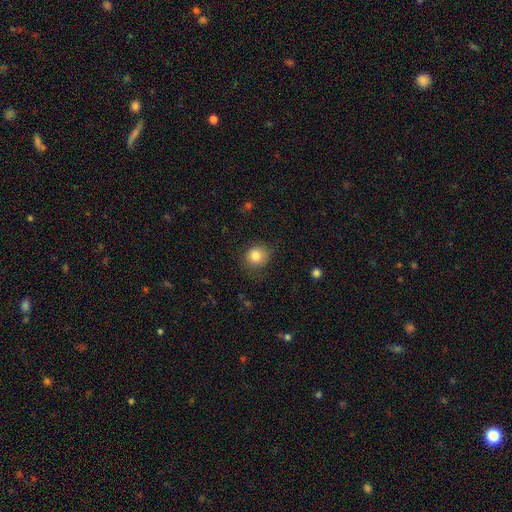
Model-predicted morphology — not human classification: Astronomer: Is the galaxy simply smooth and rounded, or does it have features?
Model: smooth — 83%.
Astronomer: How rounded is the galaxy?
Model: round — 85%.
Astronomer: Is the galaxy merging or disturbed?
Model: none — 78%.